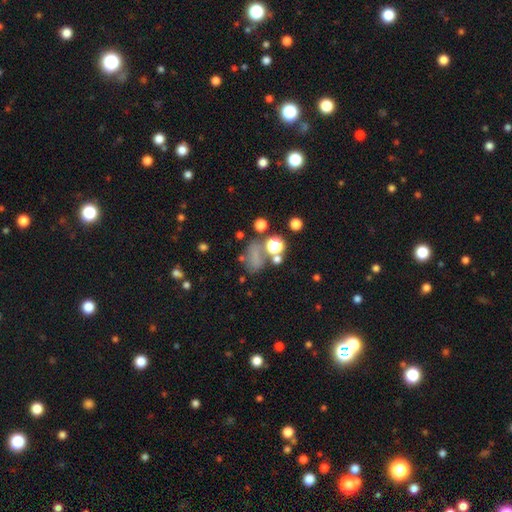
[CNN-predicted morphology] Smooth or featured? smooth (51%)
How rounded? in between (53%)
Merging? none (48%)